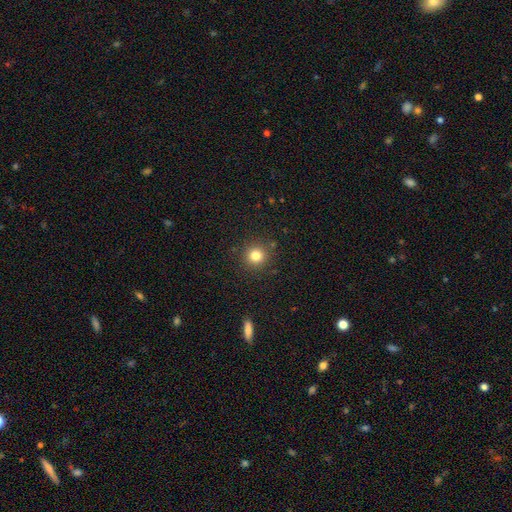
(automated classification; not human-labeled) Morphology: type=smooth (81%); roundness=round (93%); merging=none (89%).